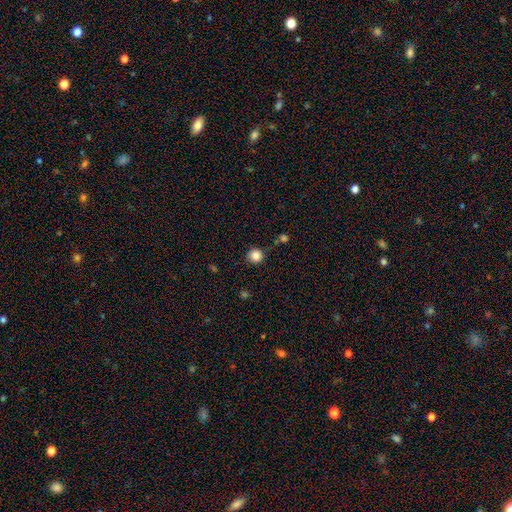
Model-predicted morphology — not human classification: Q: Smooth or featured?
A: smooth (85%); runner-up: star or artifact (11%)
Q: How rounded?
A: round (94%); runner-up: in between (5%)
Q: Merging?
A: none (85%); runner-up: minor disturbance (9%)